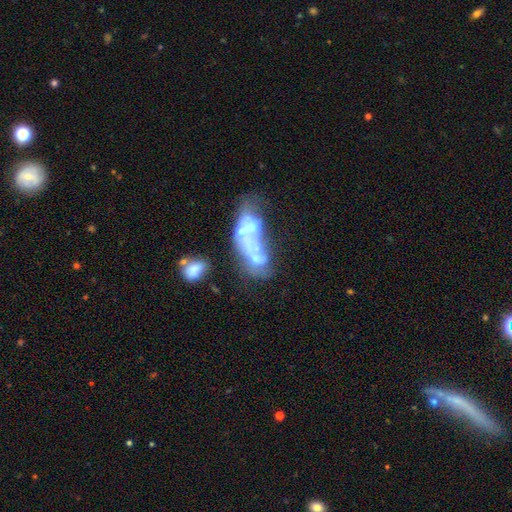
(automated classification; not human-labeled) smooth_or_featured: featured or disk (p=0.53) [alt: smooth p=0.34]
disk_edge_on: no (p=0.94) [alt: yes p=0.06]
bar: no (p=0.89) [alt: weak p=0.07]
has_spiral_arms: no (p=0.93) [alt: yes p=0.07]
bulge_size: none (p=0.50) [alt: moderate p=0.23]
merging: merger (p=0.52) [alt: major disturbance p=0.25]